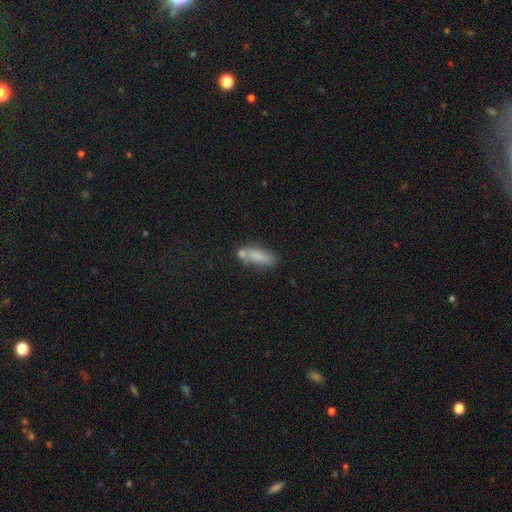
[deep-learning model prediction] This is likely a smooth galaxy (77%). How rounded: possibly cigar-shaped (49%). Merging: possibly none (54%).